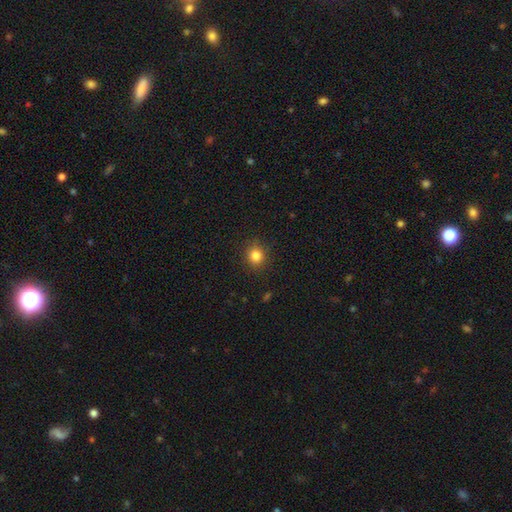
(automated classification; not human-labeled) Smooth or featured: smooth — 84% (star or artifact — 11%)
How rounded: round — 86% (in between — 13%)
Merging: none — 89% (minor disturbance — 7%)